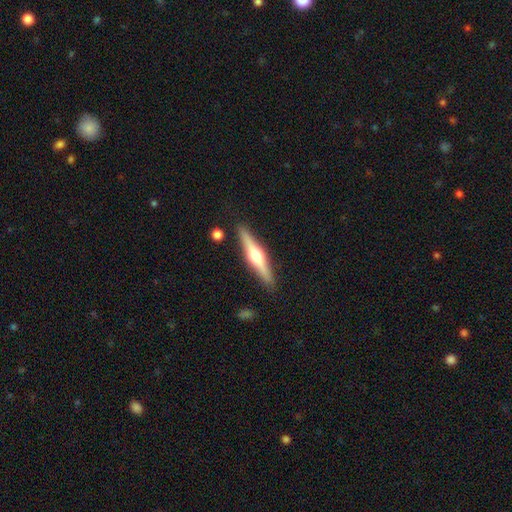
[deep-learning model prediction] Q: Smooth or featured?
A: featured or disk (68%); runner-up: smooth (27%)
Q: Edge-on disk?
A: yes (97%); runner-up: no (3%)
Q: Edge-on bulge?
A: rounded (93%); runner-up: boxy (5%)
Q: Merging?
A: none (88%); runner-up: minor disturbance (8%)